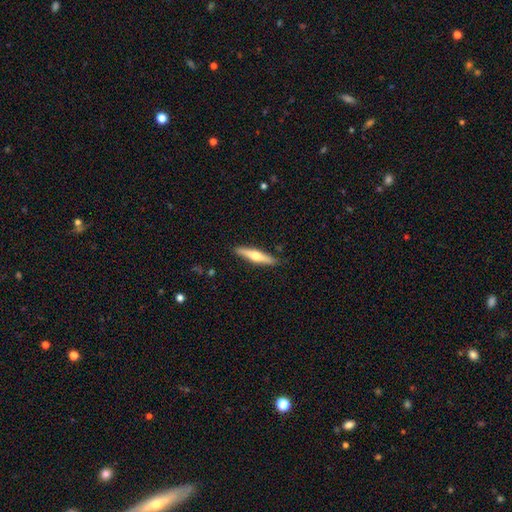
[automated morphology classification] Smooth or featured? featured or disk (53%)
Edge-on disk? yes (95%)
Edge-on bulge? rounded (92%)
Merging? none (89%)